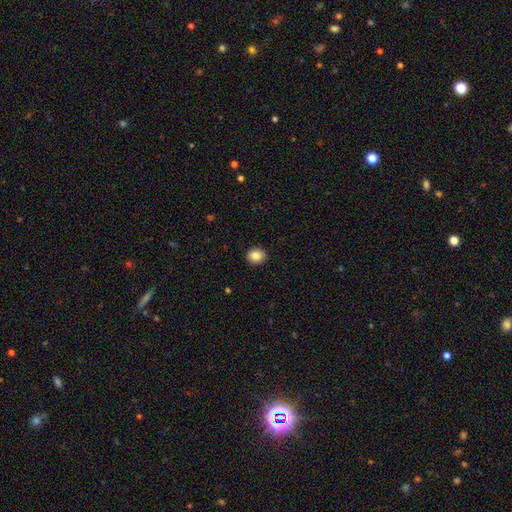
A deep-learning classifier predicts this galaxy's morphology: Smooth or featured? Predicted: smooth (p=0.85). How rounded? Predicted: round (p=0.78). Merging? Predicted: none (p=0.92).